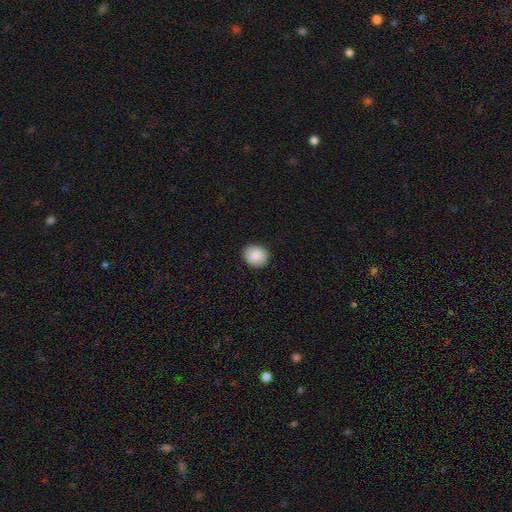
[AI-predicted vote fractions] smooth 83%, featured or disk 10%, star or artifact 7%. Down the decision tree: how rounded — round (75%); merging — none (88%).